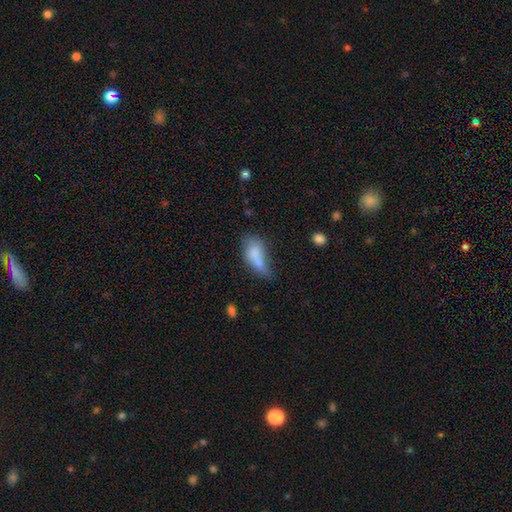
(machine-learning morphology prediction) smooth-or-featured: smooth: 74% | featured or disk: 17% | star or artifact: 10%
  how-rounded: in between: 80% | cigar-shaped: 15% | round: 5%
  merging: minor disturbance: 30% | none: 28% | major disturbance: 24% | merger: 17%